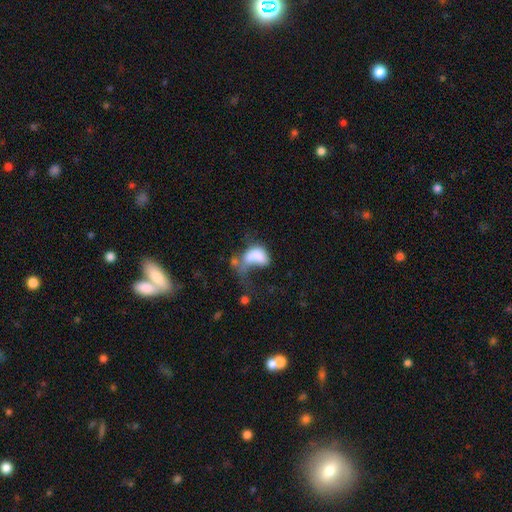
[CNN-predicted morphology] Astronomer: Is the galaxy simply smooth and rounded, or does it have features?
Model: smooth — 64%.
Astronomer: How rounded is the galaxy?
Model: in between — 88%.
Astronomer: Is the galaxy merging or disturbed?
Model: major disturbance — 51% (runner-up: merger, 26%).